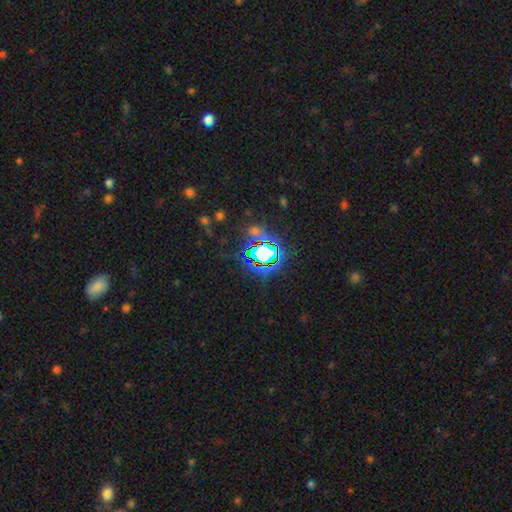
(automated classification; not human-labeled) smooth-or-featured: star or artifact: 80% | smooth: 12% | featured or disk: 8%